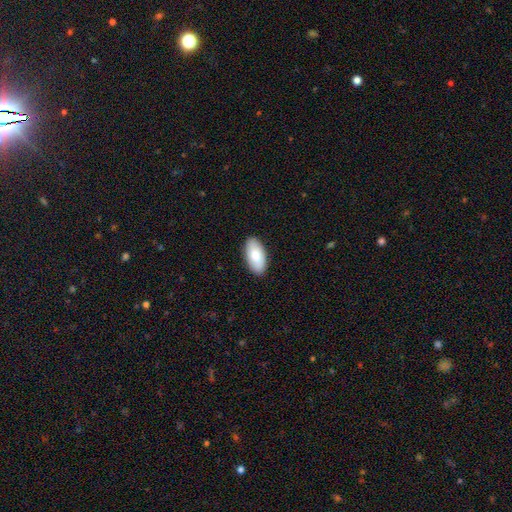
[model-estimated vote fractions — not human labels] A smooth galaxy with no disk features (83%) that is in between round and cigar-shaped (94%).

Vote fractions:
- Smooth or featured? smooth: 83% / featured or disk: 12% / star or artifact: 5%
- How rounded? in between: 94% / cigar-shaped: 4% / round: 2%
- Merging? none: 89% / minor disturbance: 9% / major disturbance: 2% / merger: 1%